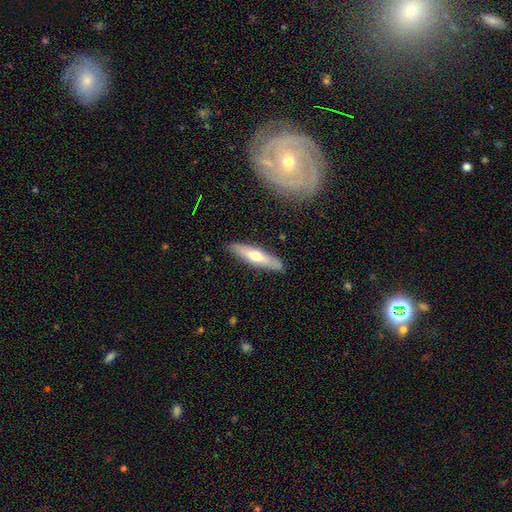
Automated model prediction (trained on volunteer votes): smooth 53%, featured or disk 42%, star or artifact 6%. Down the decision tree: how rounded — cigar-shaped (73%); merging — none (88%).